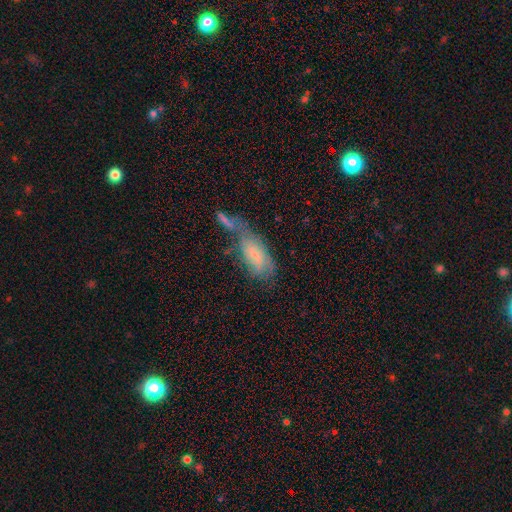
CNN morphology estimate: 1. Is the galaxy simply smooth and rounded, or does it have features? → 57% smooth, 35% featured or disk, 8% star or artifact.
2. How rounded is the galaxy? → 85% in between, 12% cigar-shaped, 3% round.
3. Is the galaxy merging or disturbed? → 38% merger, 27% none, 18% minor disturbance, 17% major disturbance.